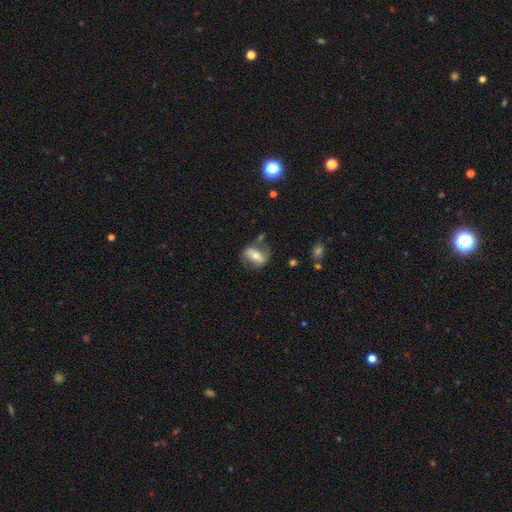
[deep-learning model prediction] Smooth or featured?
  - featured or disk: 57% *
  - smooth: 35%
  - star or artifact: 7%
Edge-on disk?
  - no: 90% *
  - yes: 10%
Bar?
  - strong: 49% *
  - weak: 26%
  - no: 25%
Spiral arms?
  - yes: 67% *
  - no: 33%
Bulge size?
  - moderate: 64% *
  - small: 28%
  - large: 5%
  - none: 1%
  - dominant: 1%
Merging?
  - none: 62% *
  - minor disturbance: 21%
  - major disturbance: 11%
  - merger: 6%